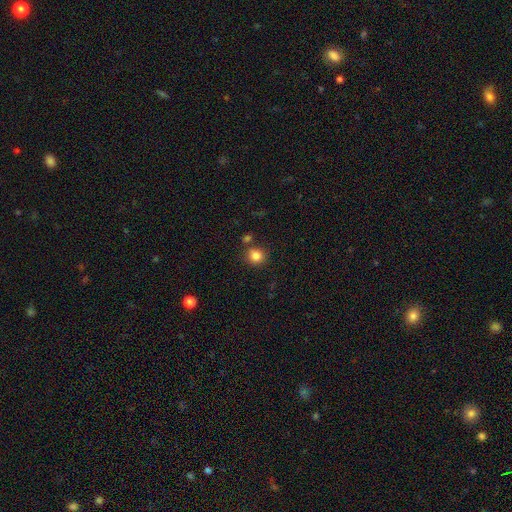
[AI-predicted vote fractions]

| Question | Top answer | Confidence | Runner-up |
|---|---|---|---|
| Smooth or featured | smooth | 84% | star or artifact (11%) |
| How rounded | round | 88% | in between (11%) |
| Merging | none | 79% | merger (10%) |